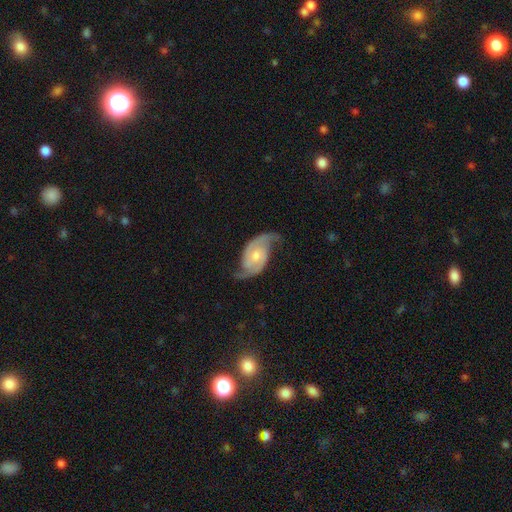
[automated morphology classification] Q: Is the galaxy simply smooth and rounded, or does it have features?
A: featured or disk — 89%.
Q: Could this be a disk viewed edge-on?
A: no — 97%.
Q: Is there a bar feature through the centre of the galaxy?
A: no — 63%.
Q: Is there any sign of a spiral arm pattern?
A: yes — 97%.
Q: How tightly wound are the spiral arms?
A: medium — 46%.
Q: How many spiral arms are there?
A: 2 — 93%.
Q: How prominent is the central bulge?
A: moderate — 55%.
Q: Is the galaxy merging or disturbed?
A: none — 71%.